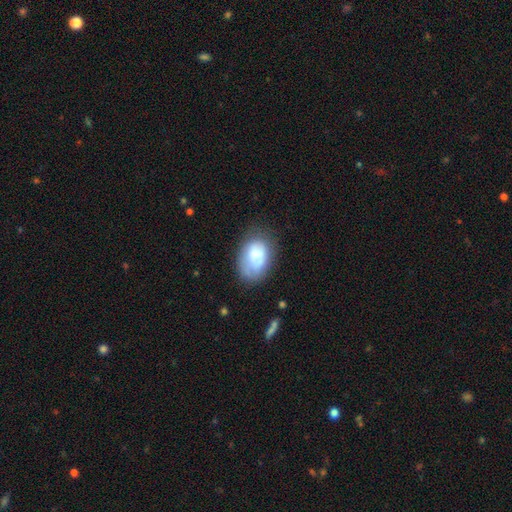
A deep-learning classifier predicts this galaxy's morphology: This is likely a smooth galaxy (74%). How rounded: clearly in between (83%). Merging: possibly none (57%).